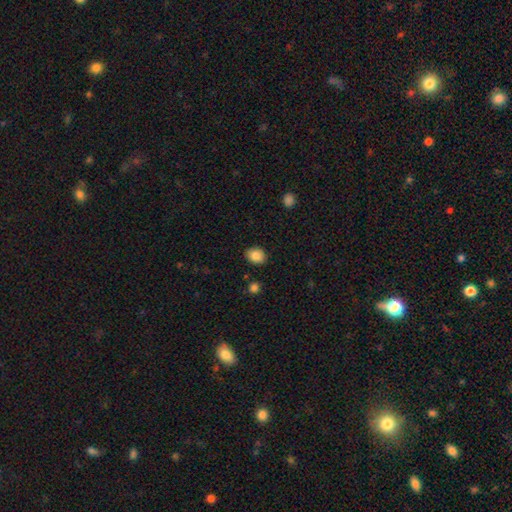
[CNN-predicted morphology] Q: Smooth or featured?
A: smooth (87%); runner-up: star or artifact (8%)
Q: How rounded?
A: in between (57%); runner-up: round (43%)
Q: Merging?
A: none (87%); runner-up: minor disturbance (9%)